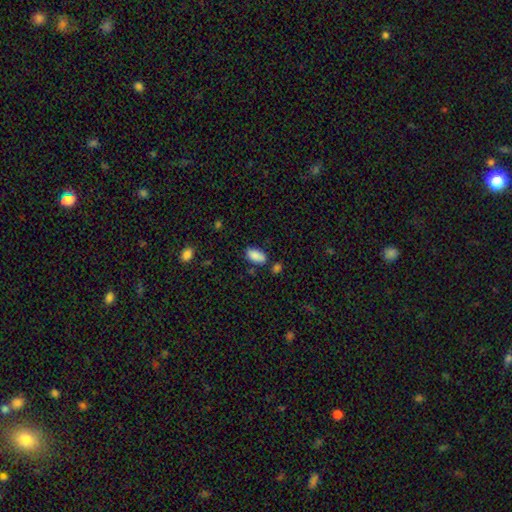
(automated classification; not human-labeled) Smooth or featured: smooth — 87% (star or artifact — 8%)
How rounded: in between — 92% (cigar-shaped — 5%)
Merging: none — 70% (minor disturbance — 17%)